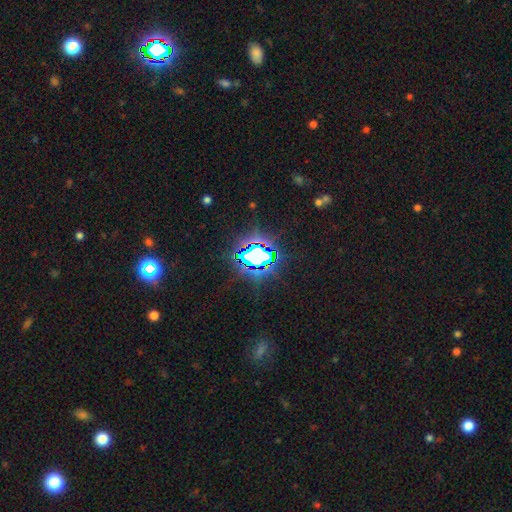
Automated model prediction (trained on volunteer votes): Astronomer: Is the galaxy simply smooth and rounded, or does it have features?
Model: star or artifact — 74%.